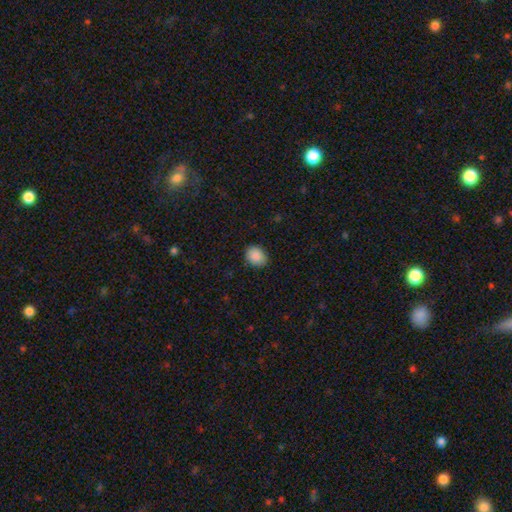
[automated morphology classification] smooth 89%, star or artifact 8%, featured or disk 3%. Down the decision tree: how rounded — in between (53%); merging — none (87%).